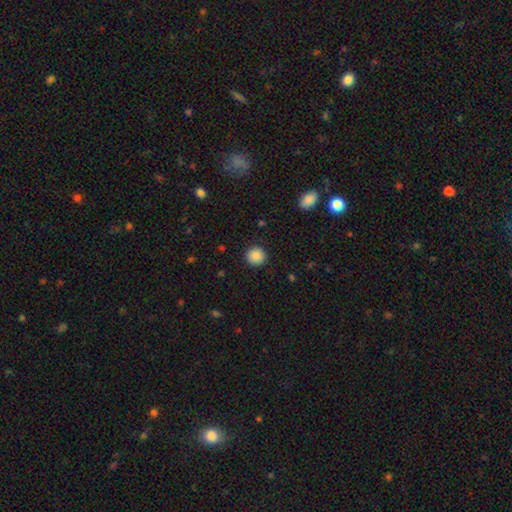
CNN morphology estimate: Smooth or featured? Predicted: smooth (p=0.87). How rounded? Predicted: round (p=0.94). Merging? Predicted: none (p=0.91).